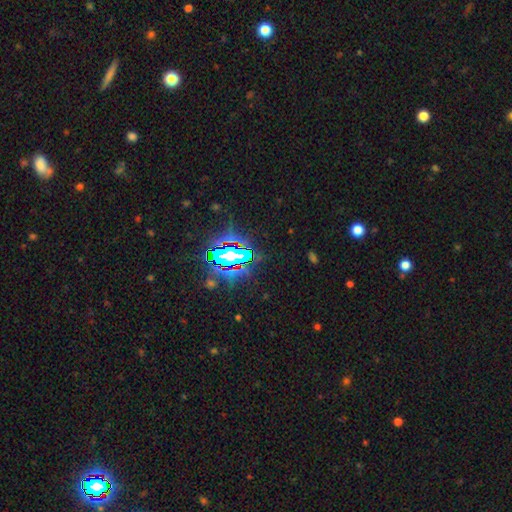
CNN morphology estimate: smooth-or-featured: star or artifact: 81% | smooth: 10% | featured or disk: 8%